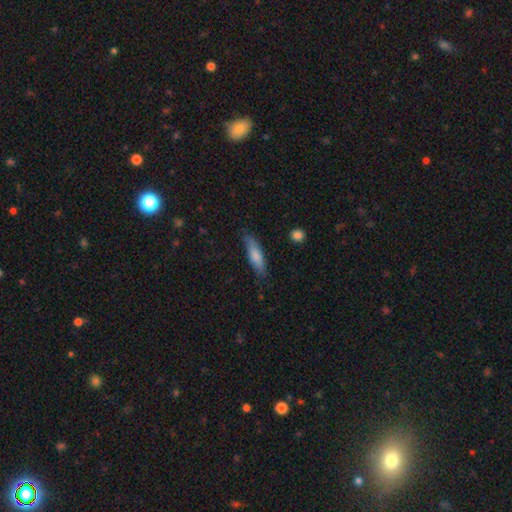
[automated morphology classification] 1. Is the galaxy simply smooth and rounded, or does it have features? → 76% smooth, 18% featured or disk, 6% star or artifact.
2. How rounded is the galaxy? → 63% cigar-shaped, 35% in between, 2% round.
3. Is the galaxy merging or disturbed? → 78% none, 17% minor disturbance, 3% major disturbance, 1% merger.